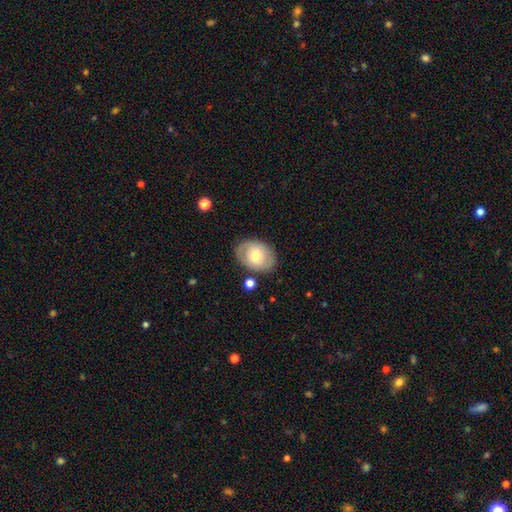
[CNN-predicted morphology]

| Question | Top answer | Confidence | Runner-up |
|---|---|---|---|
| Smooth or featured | smooth | 56% | featured or disk (37%) |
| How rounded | in between | 71% | round (28%) |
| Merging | none | 78% | minor disturbance (14%) |